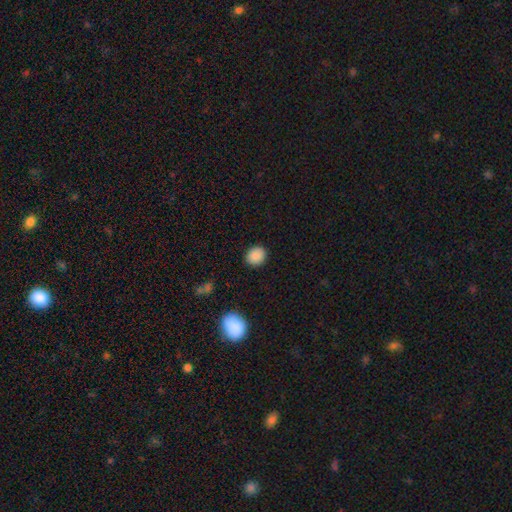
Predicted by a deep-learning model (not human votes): Smooth or featured?
  - smooth: 88% *
  - star or artifact: 9%
  - featured or disk: 3%
How rounded?
  - round: 71% *
  - in between: 28%
  - cigar-shaped: 1%
Merging?
  - none: 90% *
  - minor disturbance: 7%
  - major disturbance: 2%
  - merger: 1%